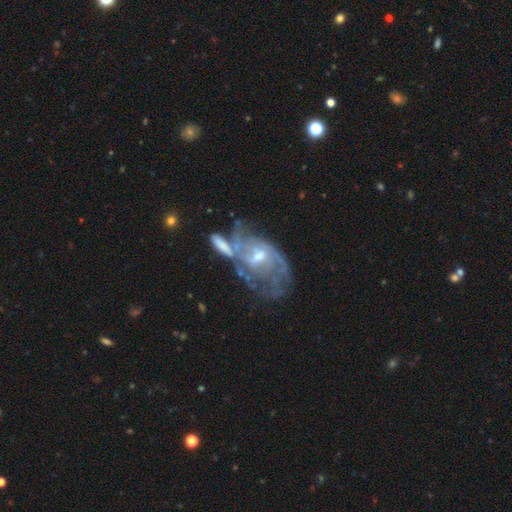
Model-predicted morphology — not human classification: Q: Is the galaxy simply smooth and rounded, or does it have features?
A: featured or disk — 79%.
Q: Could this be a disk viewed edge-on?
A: no — 96%.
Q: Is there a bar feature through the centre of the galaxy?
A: no — 51%.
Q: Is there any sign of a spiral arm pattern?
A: yes — 85%.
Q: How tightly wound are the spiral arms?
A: medium — 41%.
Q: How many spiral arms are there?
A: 2 — 41%.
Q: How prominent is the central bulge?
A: small — 47%.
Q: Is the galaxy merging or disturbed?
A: merger — 40%.